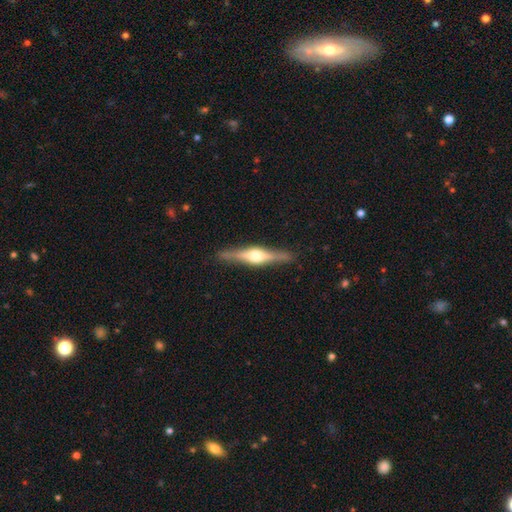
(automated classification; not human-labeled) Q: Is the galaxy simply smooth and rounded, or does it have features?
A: featured or disk — 78%.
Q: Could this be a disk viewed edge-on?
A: yes — 98%.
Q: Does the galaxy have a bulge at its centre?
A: rounded — 91%.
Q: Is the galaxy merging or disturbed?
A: none — 89%.